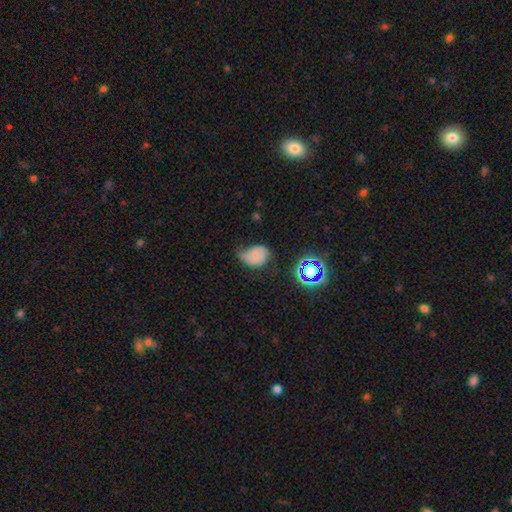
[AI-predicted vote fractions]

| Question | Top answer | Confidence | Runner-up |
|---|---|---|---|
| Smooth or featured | smooth | 56% | featured or disk (27%) |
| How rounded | in between | 59% | round (40%) |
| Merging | minor disturbance | 42% | none (32%) |